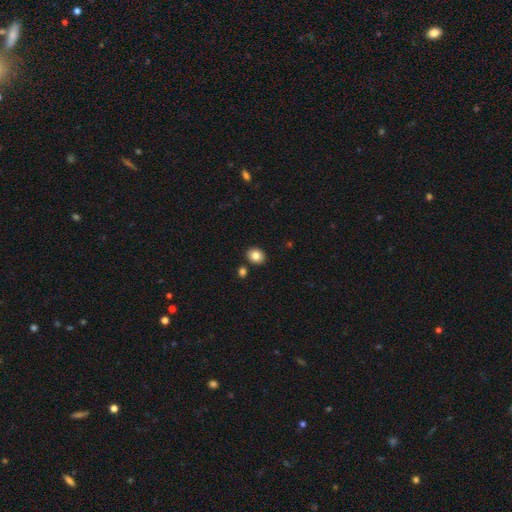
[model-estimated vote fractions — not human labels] smooth 84%, star or artifact 9%, featured or disk 6%. Down the decision tree: how rounded — round (57%); merging — none (86%).